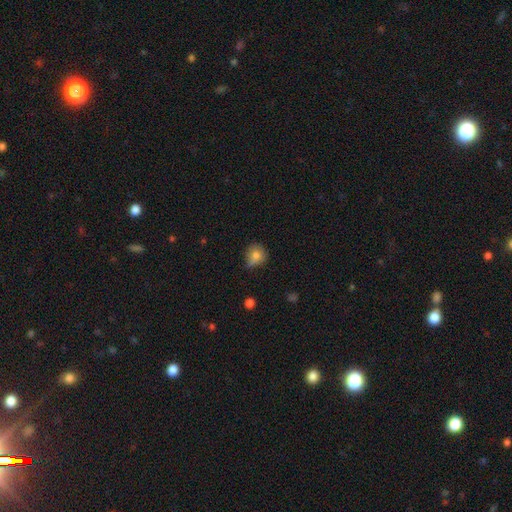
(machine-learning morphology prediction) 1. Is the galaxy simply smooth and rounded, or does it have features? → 78% smooth, 11% featured or disk, 11% star or artifact.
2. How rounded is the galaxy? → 79% round, 20% in between, 1% cigar-shaped.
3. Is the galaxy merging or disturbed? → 49% none, 37% minor disturbance, 10% major disturbance, 3% merger.